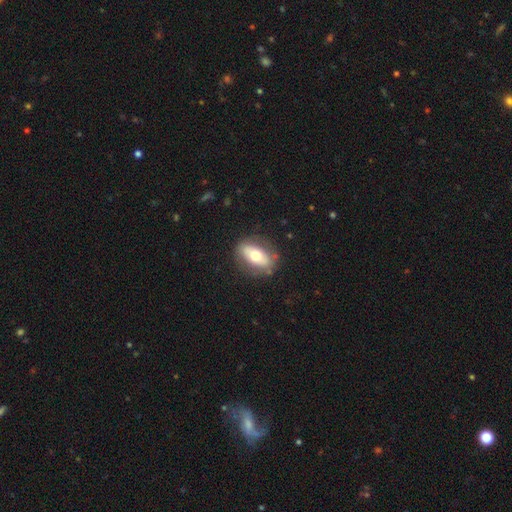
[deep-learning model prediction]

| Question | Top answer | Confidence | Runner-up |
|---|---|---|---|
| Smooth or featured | smooth | 58% | featured or disk (36%) |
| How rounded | in between | 85% | round (8%) |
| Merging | none | 79% | minor disturbance (14%) |